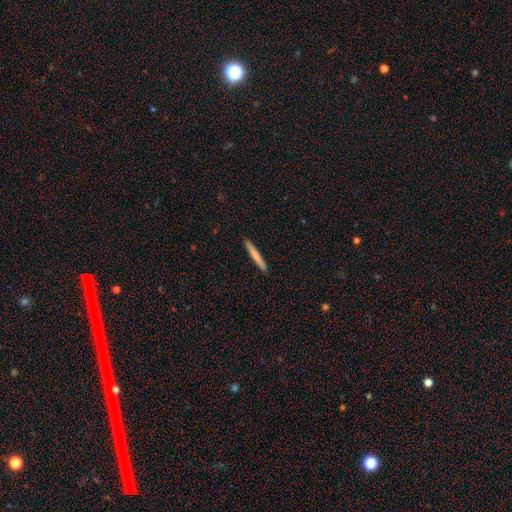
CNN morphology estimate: smooth 73%, featured or disk 22%, star or artifact 5%. Down the decision tree: how rounded — cigar-shaped (96%); merging — none (93%).